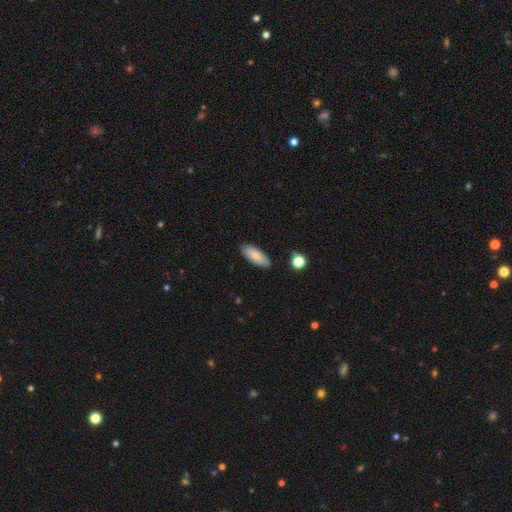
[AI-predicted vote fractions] Q: Smooth or featured?
A: smooth (81%); runner-up: featured or disk (12%)
Q: How rounded?
A: in between (75%); runner-up: cigar-shaped (23%)
Q: Merging?
A: none (87%); runner-up: minor disturbance (10%)